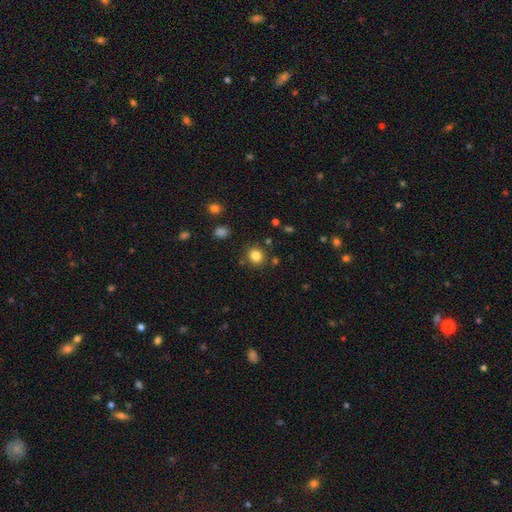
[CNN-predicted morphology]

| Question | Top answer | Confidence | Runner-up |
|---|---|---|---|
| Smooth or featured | smooth | 83% | star or artifact (12%) |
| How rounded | round | 77% | in between (22%) |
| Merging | none | 85% | minor disturbance (9%) |